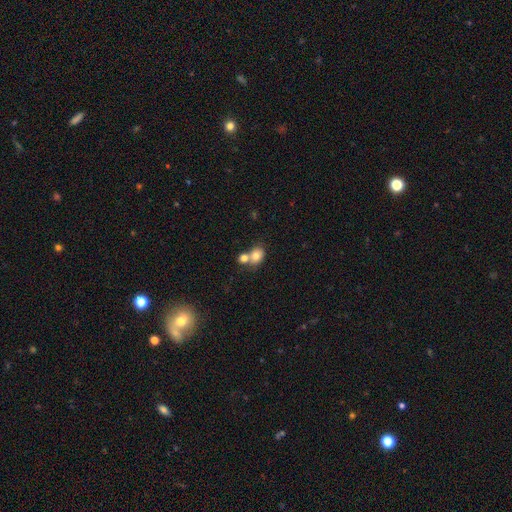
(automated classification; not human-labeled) A smooth galaxy with no disk features (78%) that is round (50%). Merging: merger (50%).